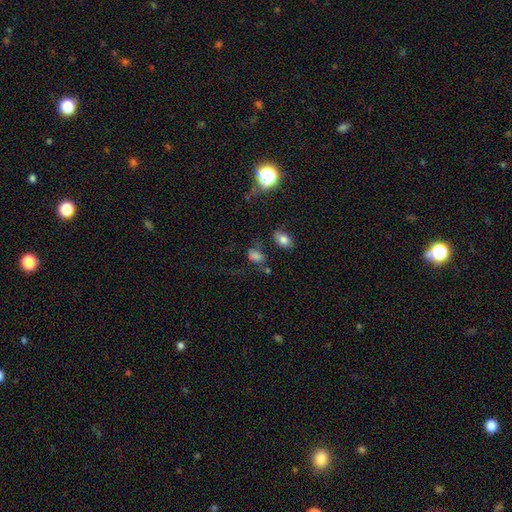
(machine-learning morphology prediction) A smooth galaxy with no disk features (70%) that is in between round and cigar-shaped (80%). Merging: none (50%).